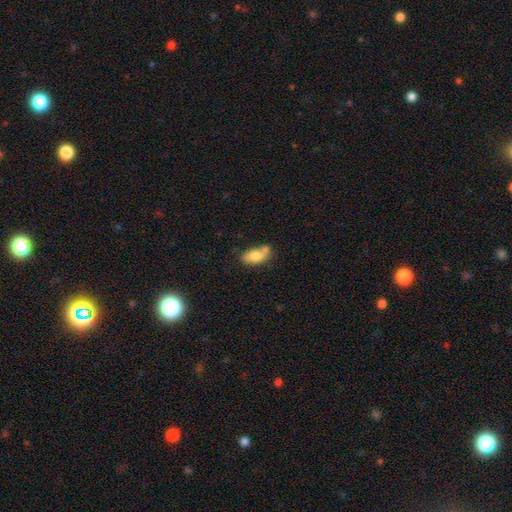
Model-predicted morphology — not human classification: This appears to be a smooth galaxy with no disk features (77%) that is in between round and cigar-shaped (89%). Merging: none (47%).